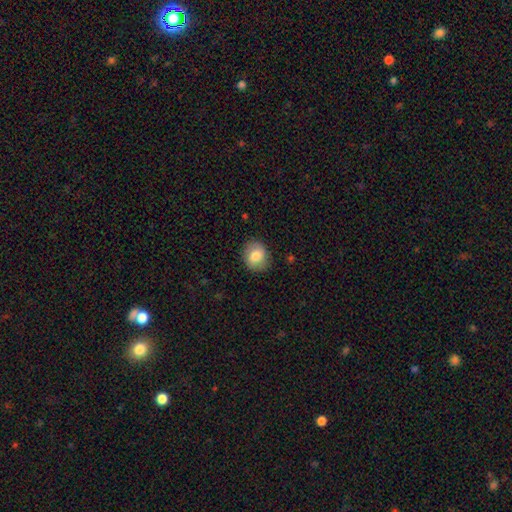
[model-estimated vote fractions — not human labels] Morphology: type=smooth (80%); roundness=round (65%); merging=none (86%).